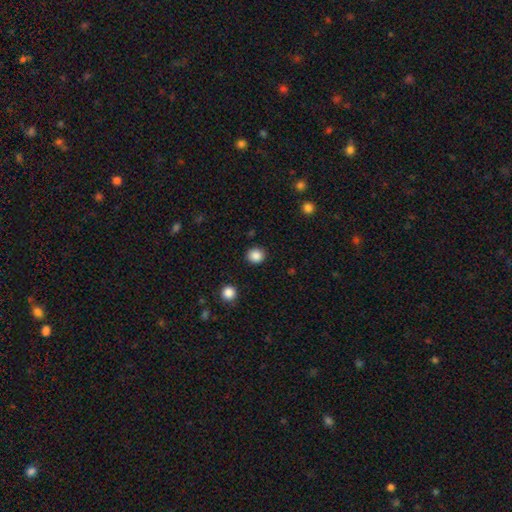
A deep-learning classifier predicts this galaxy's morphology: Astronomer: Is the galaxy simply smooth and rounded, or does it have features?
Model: smooth — 87%.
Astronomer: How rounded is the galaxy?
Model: round — 87%.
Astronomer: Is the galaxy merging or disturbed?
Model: none — 90%.